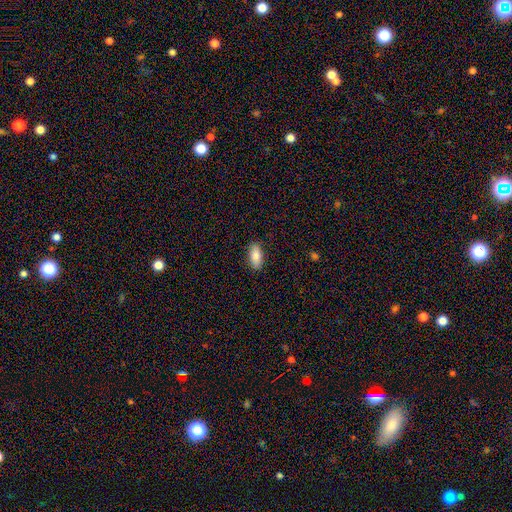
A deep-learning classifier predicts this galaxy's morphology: smooth 84%, featured or disk 9%, star or artifact 7%. Down the decision tree: how rounded — in between (89%); merging — none (88%).